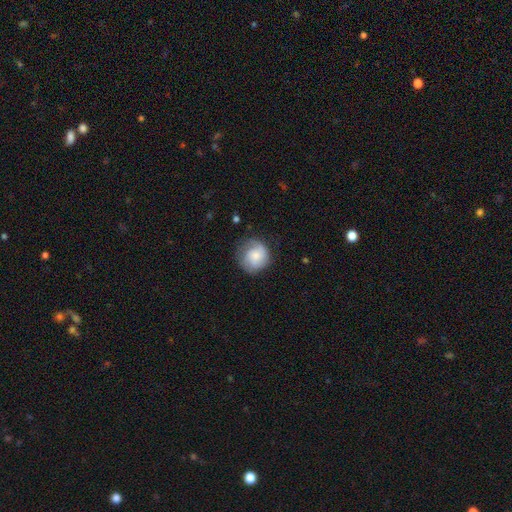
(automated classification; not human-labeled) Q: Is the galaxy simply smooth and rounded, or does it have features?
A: smooth — 48%.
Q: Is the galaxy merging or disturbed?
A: none — 69%.